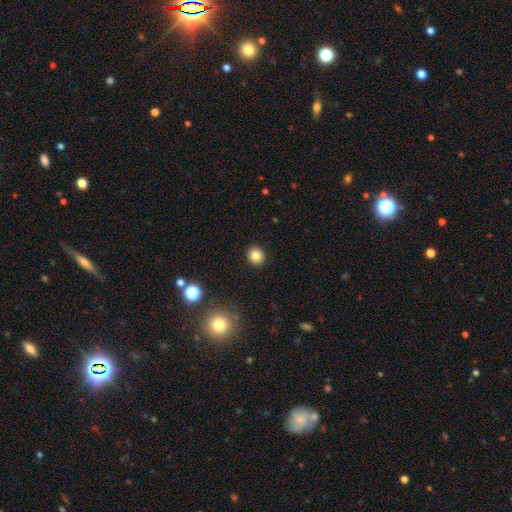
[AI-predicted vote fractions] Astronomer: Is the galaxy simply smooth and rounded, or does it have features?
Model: smooth — 83%.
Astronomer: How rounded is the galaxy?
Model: round — 83%.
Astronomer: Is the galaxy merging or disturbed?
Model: none — 92%.